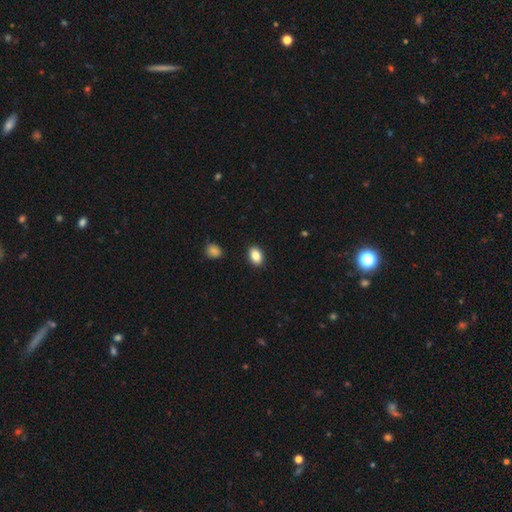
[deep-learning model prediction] Smooth or featured? Predicted: smooth (p=0.86). How rounded? Predicted: in between (p=0.80). Merging? Predicted: none (p=0.89).